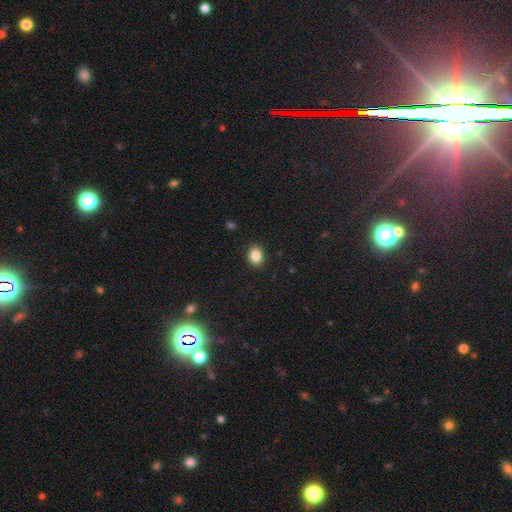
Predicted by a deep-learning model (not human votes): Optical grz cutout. It shows a smooth galaxy with no disk features (86%) that is in between round and cigar-shaped (56%). Merging: none (90%).